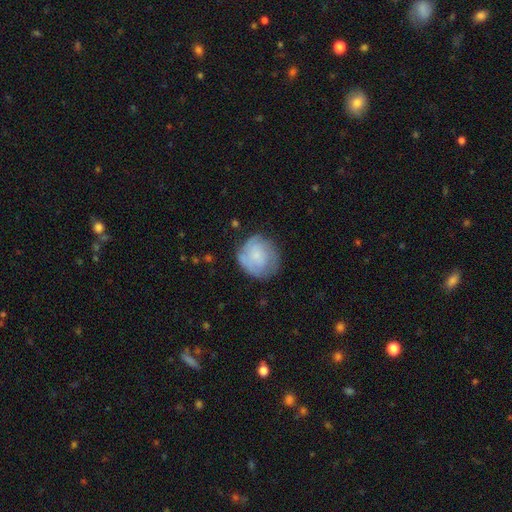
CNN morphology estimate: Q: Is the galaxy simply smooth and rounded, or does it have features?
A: smooth — 56%.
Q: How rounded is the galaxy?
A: round — 84%.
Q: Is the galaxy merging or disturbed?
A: none — 63%.